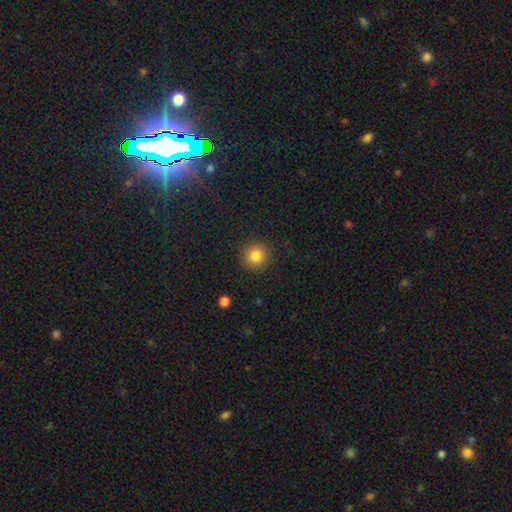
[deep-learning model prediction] smooth-or-featured: smooth: 83% | star or artifact: 11% | featured or disk: 6%
  how-rounded: round: 94% | in between: 6% | cigar-shaped: 1%
  merging: none: 91% | minor disturbance: 6% | major disturbance: 2% | merger: 1%